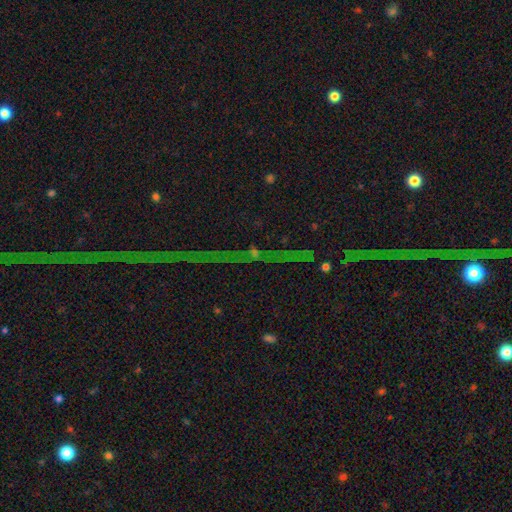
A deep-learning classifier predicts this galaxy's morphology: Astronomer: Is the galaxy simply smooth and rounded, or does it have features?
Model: star or artifact — 83%.